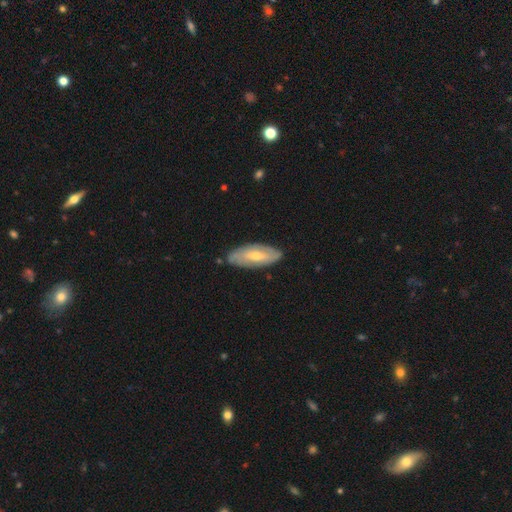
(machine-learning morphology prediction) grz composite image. It shows a featured or disk galaxy (55%). Merging: none (80%).